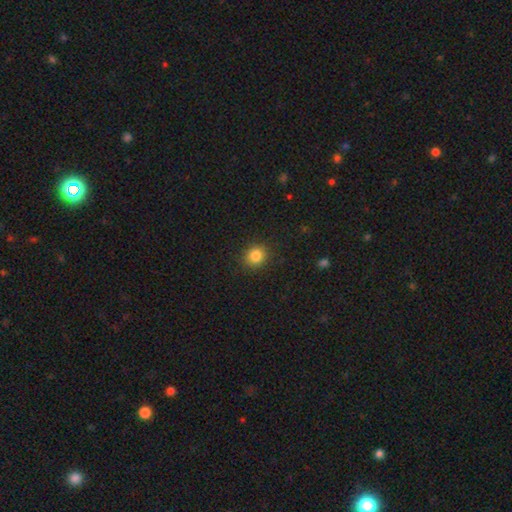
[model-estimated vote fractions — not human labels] A smooth galaxy with no disk features (84%) that is round (83%). Merging: none (89%).